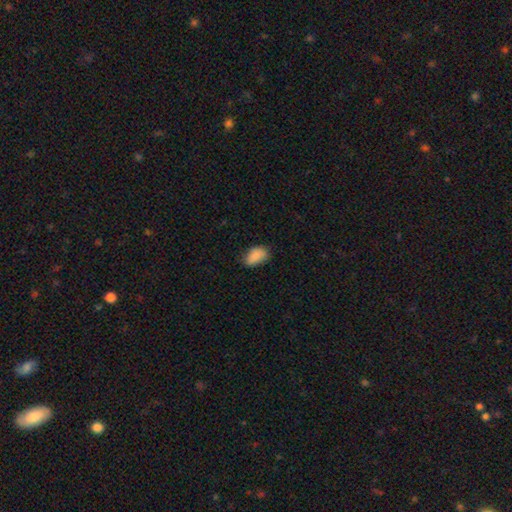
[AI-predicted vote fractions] A smooth galaxy with no disk features (87%) that is in between round and cigar-shaped (91%).

Vote fractions:
- Smooth or featured? smooth: 87% / star or artifact: 8% / featured or disk: 5%
- How rounded? in between: 91% / round: 8% / cigar-shaped: 2%
- Merging? none: 70% / minor disturbance: 24% / major disturbance: 4% / merger: 1%